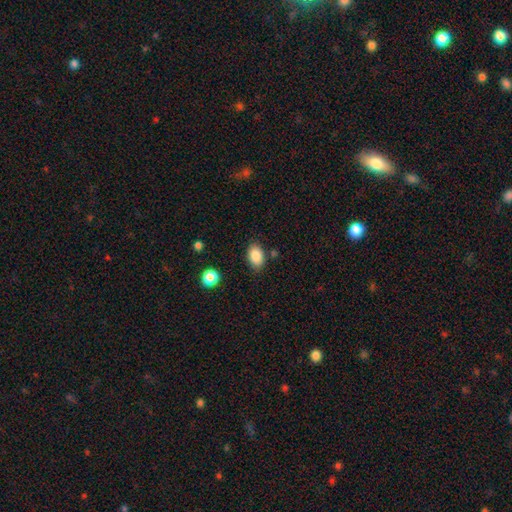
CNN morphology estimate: Overall: smooth (88%). How rounded: in between (85%). Merging: none (82%).